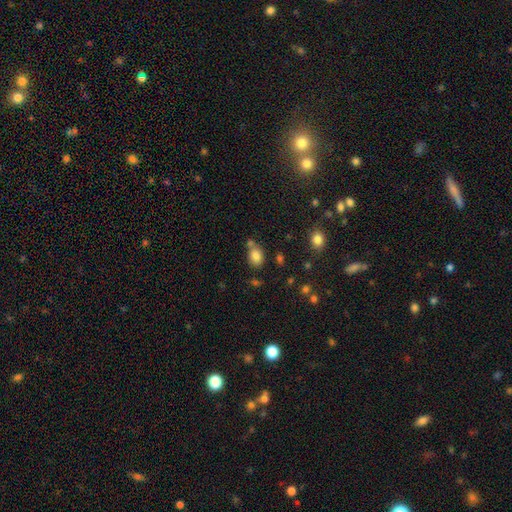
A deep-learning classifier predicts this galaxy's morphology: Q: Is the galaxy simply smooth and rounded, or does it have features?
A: smooth — 81%.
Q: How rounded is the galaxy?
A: in between — 72%.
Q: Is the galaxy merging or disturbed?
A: none — 57%.